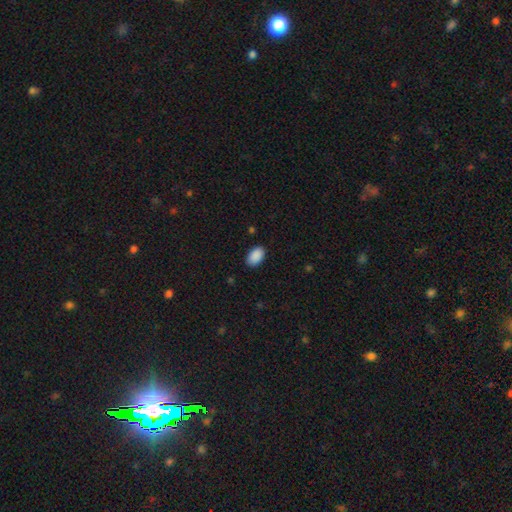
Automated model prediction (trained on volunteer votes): Smooth or featured? smooth (91%)
How rounded? in between (93%)
Merging? none (87%)